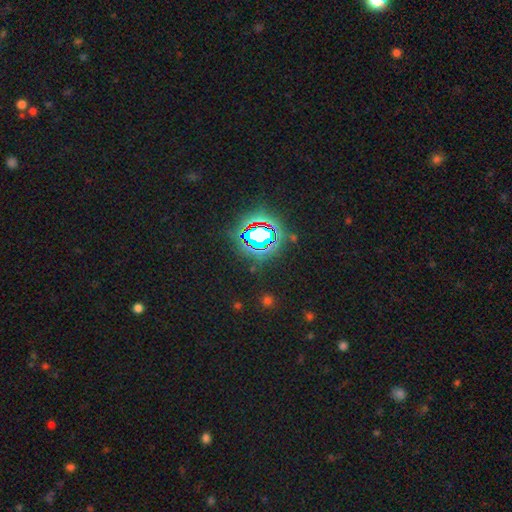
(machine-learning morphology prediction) Overall: star or artifact (83%).